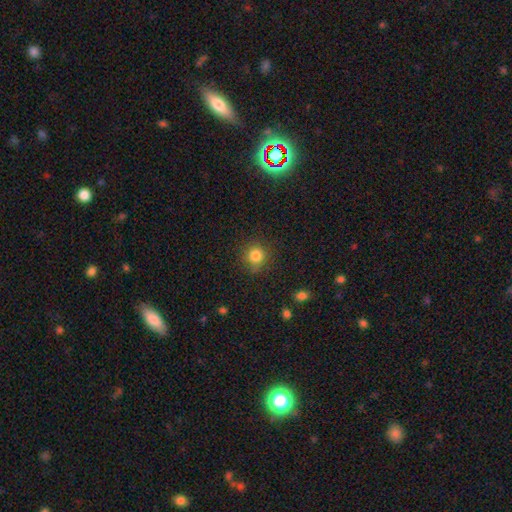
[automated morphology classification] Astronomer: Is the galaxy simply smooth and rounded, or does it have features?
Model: smooth — 82%.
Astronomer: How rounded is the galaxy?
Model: round — 90%.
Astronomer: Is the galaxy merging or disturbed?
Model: none — 82%.